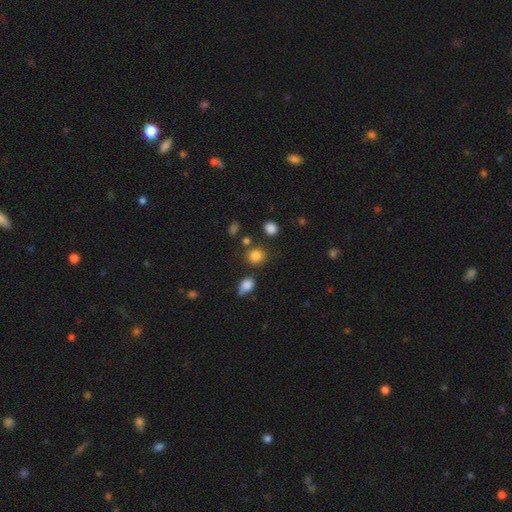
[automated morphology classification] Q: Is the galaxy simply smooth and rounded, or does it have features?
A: smooth — 82%.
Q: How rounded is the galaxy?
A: round — 83%.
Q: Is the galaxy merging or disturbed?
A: none — 78%.